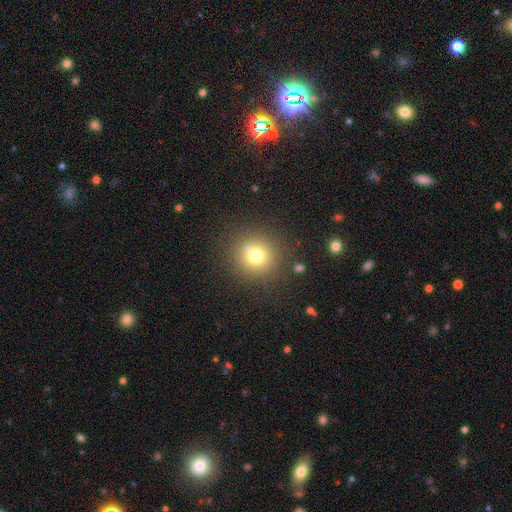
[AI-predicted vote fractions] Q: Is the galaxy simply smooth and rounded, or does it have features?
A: smooth — 71%.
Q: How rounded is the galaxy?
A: round — 92%.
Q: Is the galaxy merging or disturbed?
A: none — 75%.